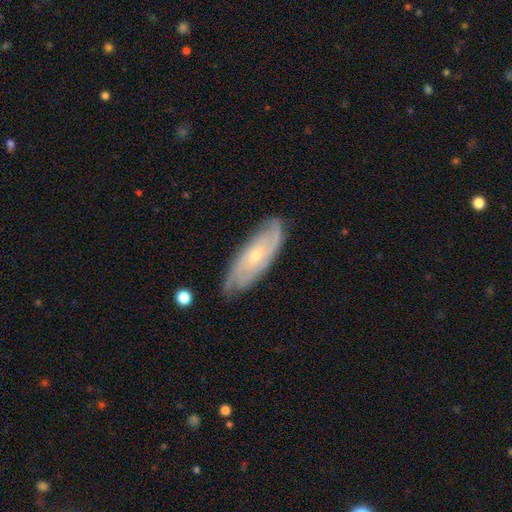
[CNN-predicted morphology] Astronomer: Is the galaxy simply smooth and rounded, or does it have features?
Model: featured or disk — 75%.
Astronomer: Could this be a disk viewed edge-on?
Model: no — 84%.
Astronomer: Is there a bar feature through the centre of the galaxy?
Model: no — 72%.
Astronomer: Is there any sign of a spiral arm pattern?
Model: yes — 92%.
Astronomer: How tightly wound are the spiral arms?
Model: tight — 57% (runner-up: medium, 32%).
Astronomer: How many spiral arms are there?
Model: can't tell — 41% (runner-up: 2, 30%).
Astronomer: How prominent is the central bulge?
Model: small — 72%.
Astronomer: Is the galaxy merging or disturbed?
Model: none — 79%.